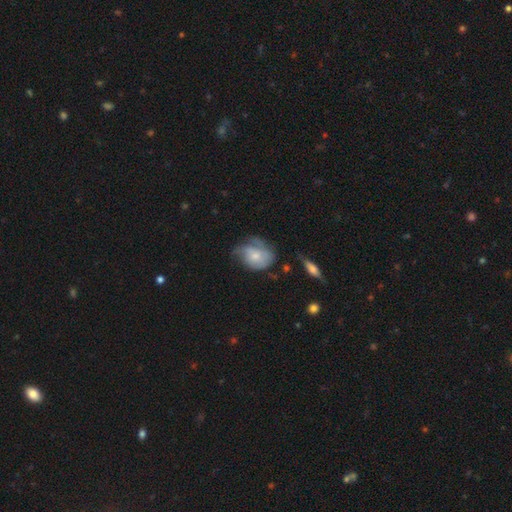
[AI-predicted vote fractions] Smooth or featured: smooth — 51% (featured or disk — 42%)
How rounded: in between — 57% (round — 42%)
Merging: minor disturbance — 36% (none — 34%)